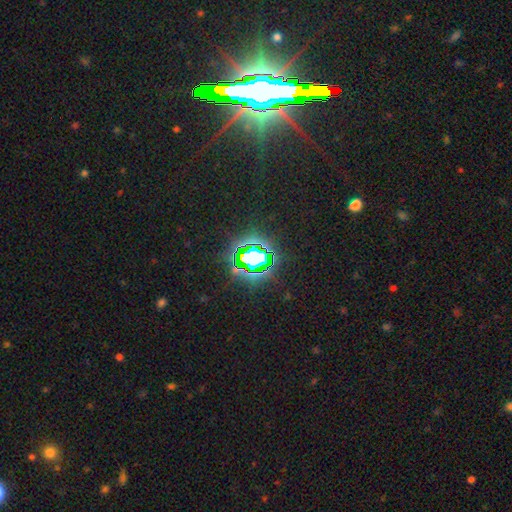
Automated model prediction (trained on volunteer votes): Overall: star or artifact (74%).